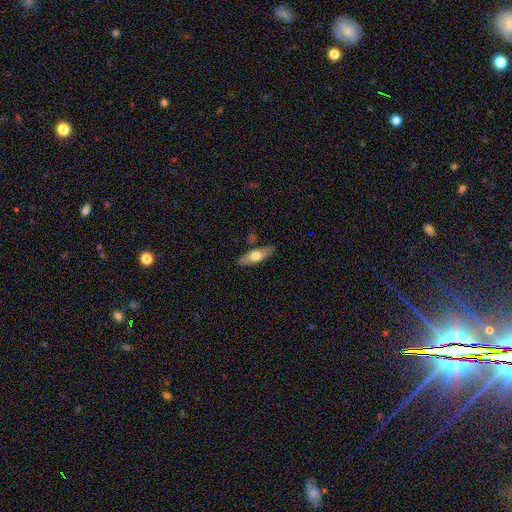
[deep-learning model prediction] Smooth or featured: smooth — 57% (featured or disk — 37%)
How rounded: in between — 55% (cigar-shaped — 42%)
Merging: none — 83% (minor disturbance — 11%)